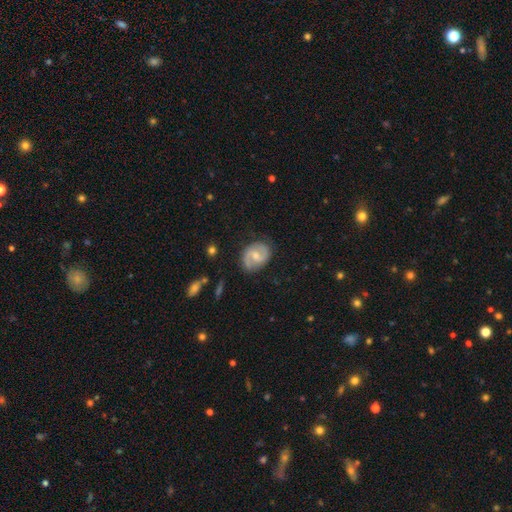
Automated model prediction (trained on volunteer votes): Smooth or featured? Predicted: featured or disk (p=0.80). Edge-on disk? Predicted: no (p=0.98). Bar? Predicted: weak (p=0.53). Spiral arms? Predicted: yes (p=0.95). Spiral winding? Predicted: medium (p=0.54). Spiral arm count? Predicted: 2 (p=0.90). Bulge size? Predicted: moderate (p=0.52). Merging? Predicted: none (p=0.80).